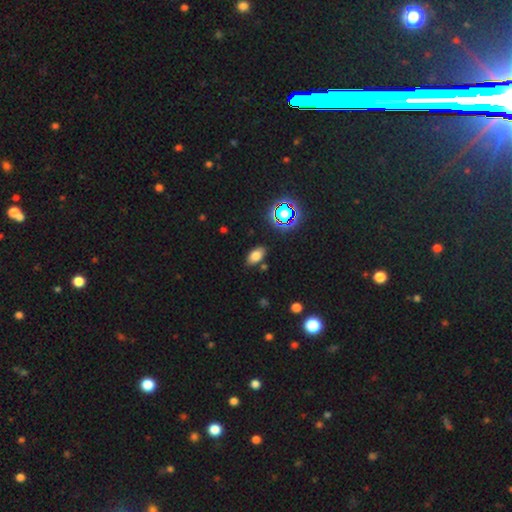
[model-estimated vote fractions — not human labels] smooth-or-featured: smooth: 74% | star or artifact: 17% | featured or disk: 9%
  how-rounded: in between: 90% | round: 7% | cigar-shaped: 3%
  merging: none: 84% | minor disturbance: 10% | merger: 4% | major disturbance: 3%